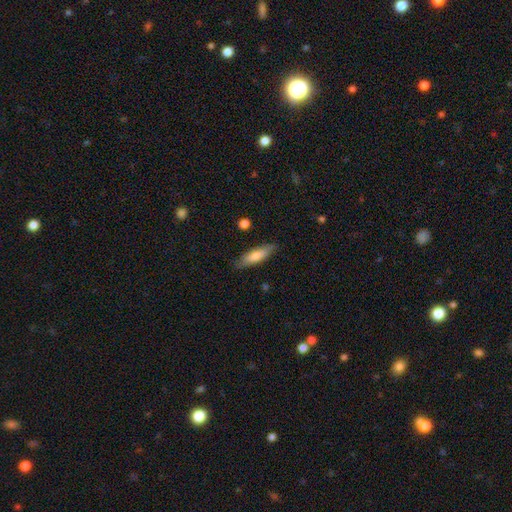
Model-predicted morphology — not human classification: Overall: smooth (70%). How rounded: cigar-shaped (62%; in between 36%). Merging: none (84%).